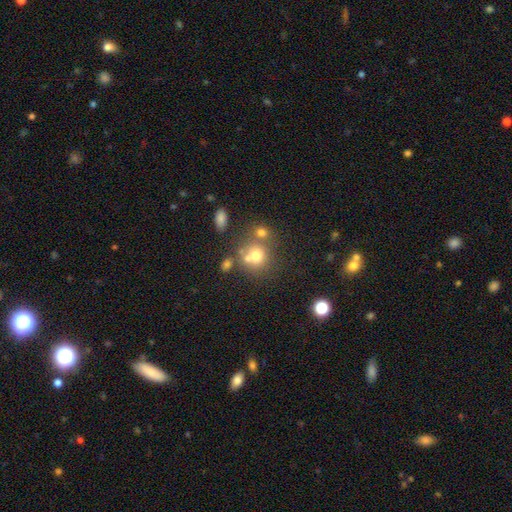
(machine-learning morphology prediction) type=smooth (69%); roundness=round (81%); merging=none (49%).